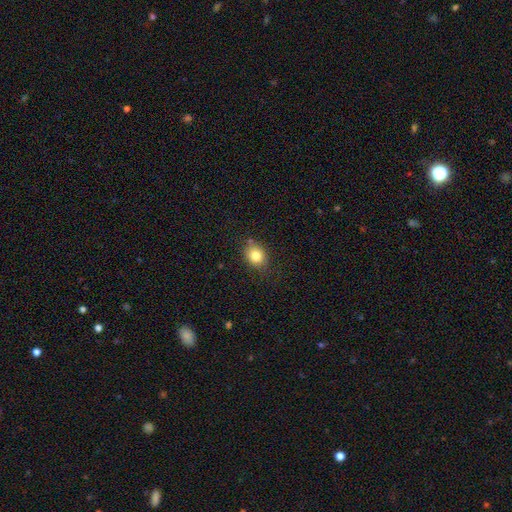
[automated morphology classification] This appears to be a smooth galaxy with no disk features (82%) that is round (56%). Merging: none (77%).